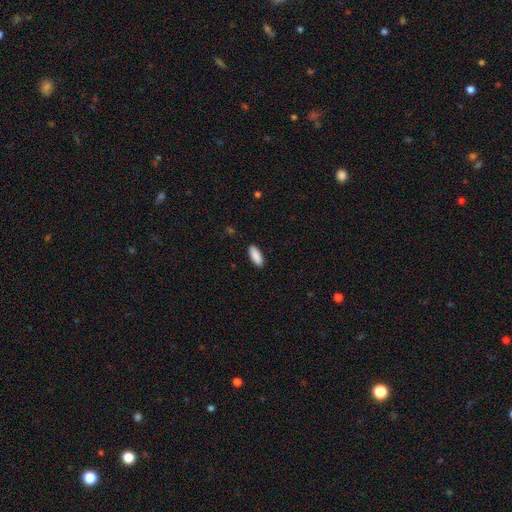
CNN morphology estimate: Smooth or featured?
  - smooth: 91% *
  - star or artifact: 6%
  - featured or disk: 4%
How rounded?
  - in between: 77% *
  - cigar-shaped: 22%
  - round: 2%
Merging?
  - none: 90% *
  - minor disturbance: 7%
  - major disturbance: 2%
  - merger: 1%